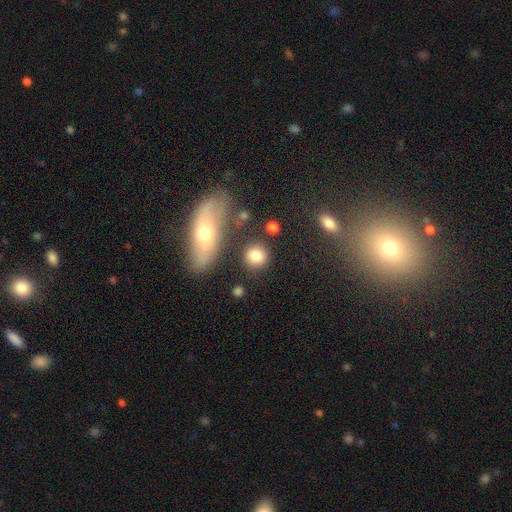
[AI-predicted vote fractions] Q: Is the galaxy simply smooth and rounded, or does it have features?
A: smooth — 82%.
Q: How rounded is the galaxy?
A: round — 85%.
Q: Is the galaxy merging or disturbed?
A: none — 81%.